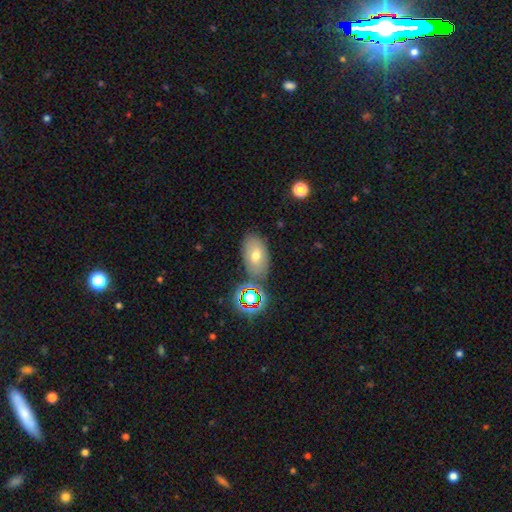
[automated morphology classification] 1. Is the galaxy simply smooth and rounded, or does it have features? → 64% smooth, 21% featured or disk, 15% star or artifact.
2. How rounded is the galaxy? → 89% in between, 9% round, 2% cigar-shaped.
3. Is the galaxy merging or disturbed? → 73% none, 14% minor disturbance, 9% merger, 5% major disturbance.